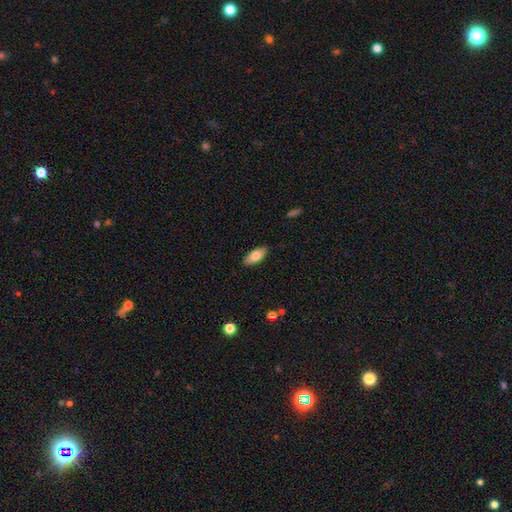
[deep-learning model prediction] Overall: smooth (76%). How rounded: in between (83%). Merging: none (88%).